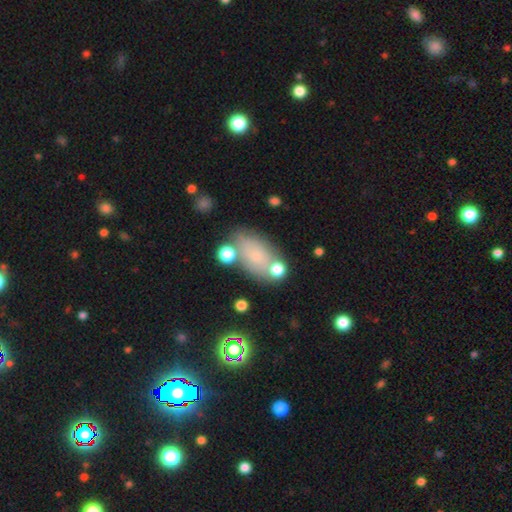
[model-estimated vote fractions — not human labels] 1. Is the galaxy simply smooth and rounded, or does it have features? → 65% smooth, 21% featured or disk, 14% star or artifact.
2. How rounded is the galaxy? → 87% in between, 9% round, 3% cigar-shaped.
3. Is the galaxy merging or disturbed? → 62% none, 18% minor disturbance, 12% merger, 7% major disturbance.